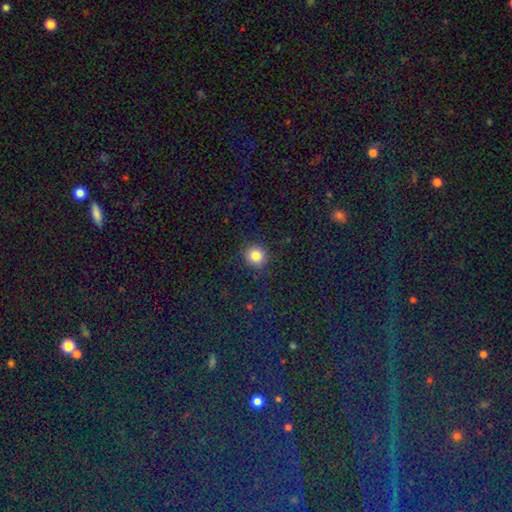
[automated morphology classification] A smooth galaxy with no disk features (83%) that is round (90%). Merging: none (89%).